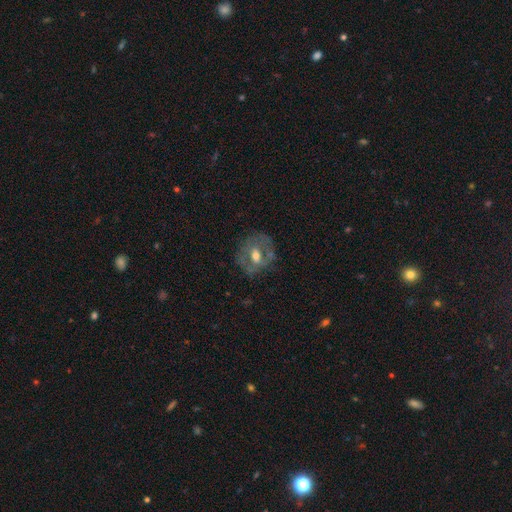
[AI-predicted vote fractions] Smooth or featured? Predicted: featured or disk (p=0.59). Edge-on disk? Predicted: no (p=0.94). Bar? Predicted: no (p=0.52). Spiral arms? Predicted: no (p=0.69). Bulge size? Predicted: moderate (p=0.72). Merging? Predicted: none (p=0.69).